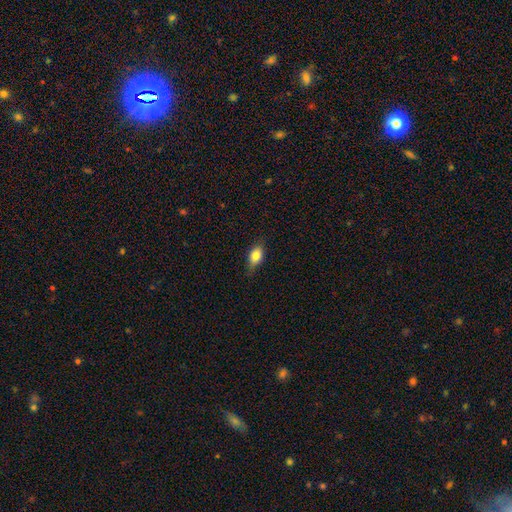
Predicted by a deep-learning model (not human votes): This is clearly a smooth galaxy (81%). How rounded: clearly in between (84%). Merging: likely none (77%).